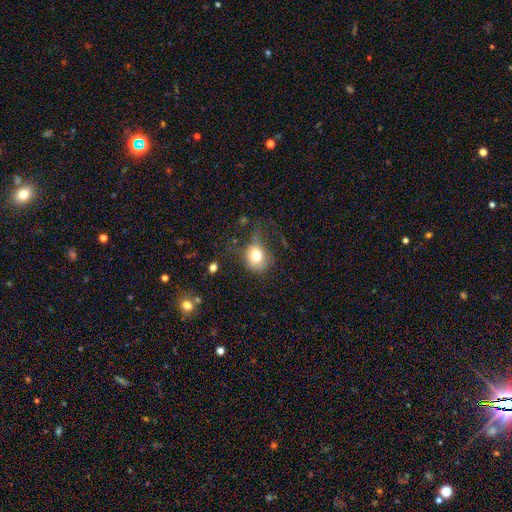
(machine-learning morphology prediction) The model was most divided on "merging": none: 47%, minor disturbance: 29%, major disturbance: 21%, merger: 3%. More confident: smooth or featured — smooth (74%); how rounded — round (65%).